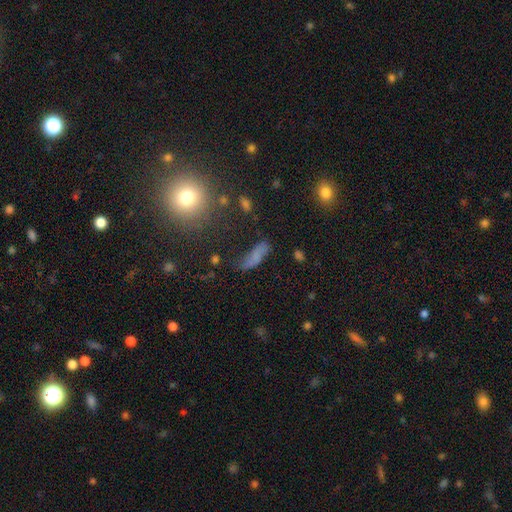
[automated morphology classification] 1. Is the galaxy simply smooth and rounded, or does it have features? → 63% smooth, 22% featured or disk, 16% star or artifact.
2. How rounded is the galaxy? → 49% in between, 45% cigar-shaped, 6% round.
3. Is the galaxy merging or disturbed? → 51% none, 26% minor disturbance, 16% major disturbance, 7% merger.